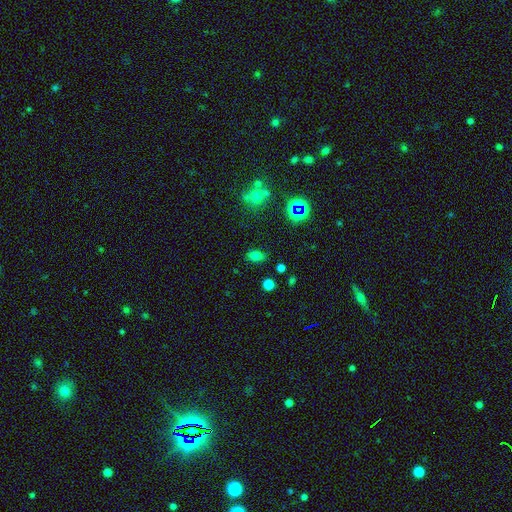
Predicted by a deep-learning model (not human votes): Smooth or featured? Predicted: smooth (p=0.72). How rounded? Predicted: in between (p=0.80). Merging? Predicted: none (p=0.78).